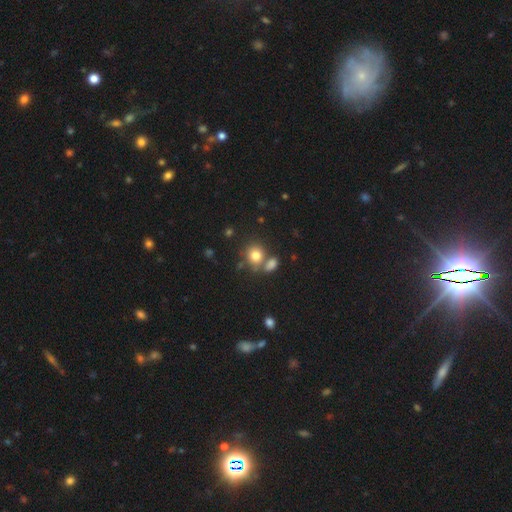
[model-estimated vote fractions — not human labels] Q: Smooth or featured?
A: smooth (80%); runner-up: star or artifact (12%)
Q: How rounded?
A: round (75%); runner-up: in between (24%)
Q: Merging?
A: none (58%); runner-up: merger (27%)